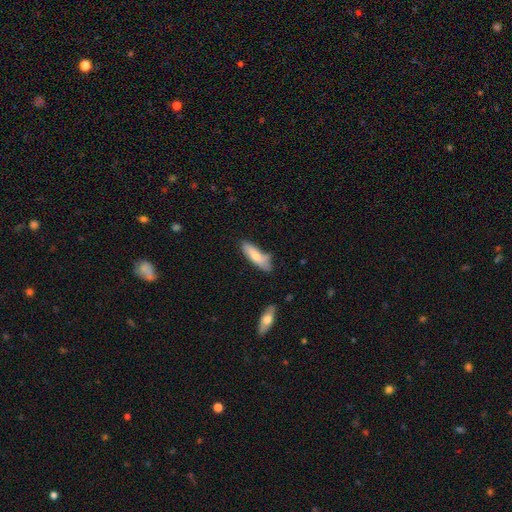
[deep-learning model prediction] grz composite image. It shows a smooth galaxy with no disk features (73%) that is cigar-shaped (54%). Merging: none (61%).